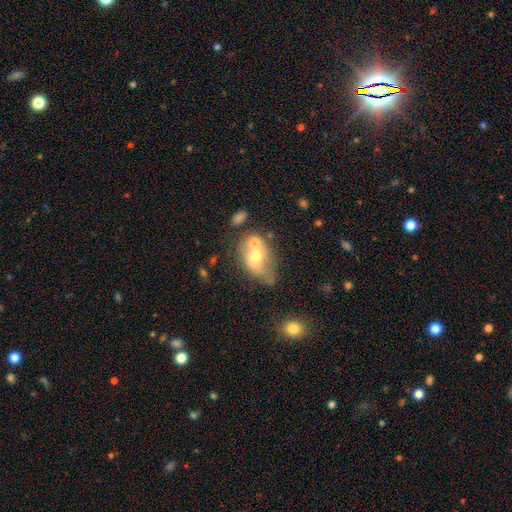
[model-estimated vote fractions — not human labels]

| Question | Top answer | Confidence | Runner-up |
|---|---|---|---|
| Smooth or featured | smooth | 57% | featured or disk (33%) |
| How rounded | in between | 75% | round (22%) |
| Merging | merger | 52% | none (18%) |